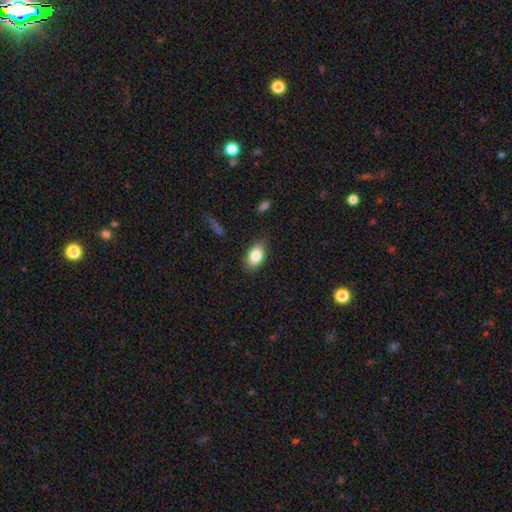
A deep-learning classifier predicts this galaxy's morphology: type=smooth (83%); roundness=in between (90%); merging=none (81%).